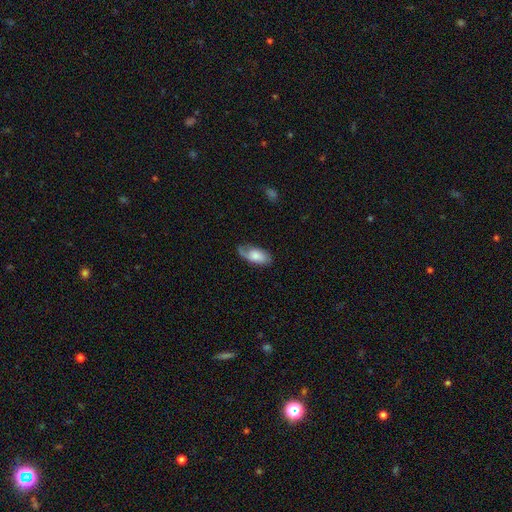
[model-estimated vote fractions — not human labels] smooth_or_featured: smooth (p=0.62) [alt: featured or disk p=0.32]
how_rounded: in between (p=0.90) [alt: cigar-shaped p=0.08]
merging: none (p=0.57) [alt: minor disturbance p=0.30]